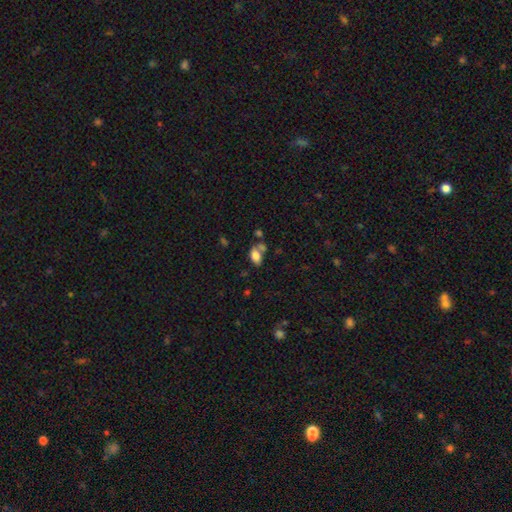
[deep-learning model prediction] smooth 79%, featured or disk 12%, star or artifact 10%. Down the decision tree: how rounded — in between (90%); merging — none (47%).